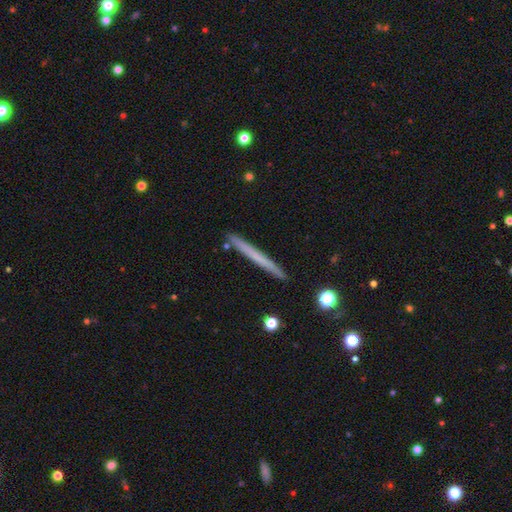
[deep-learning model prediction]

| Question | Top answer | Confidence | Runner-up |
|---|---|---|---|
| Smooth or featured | smooth | 54% | featured or disk (39%) |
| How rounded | cigar-shaped | 97% | in between (1%) |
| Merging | none | 91% | minor disturbance (7%) |